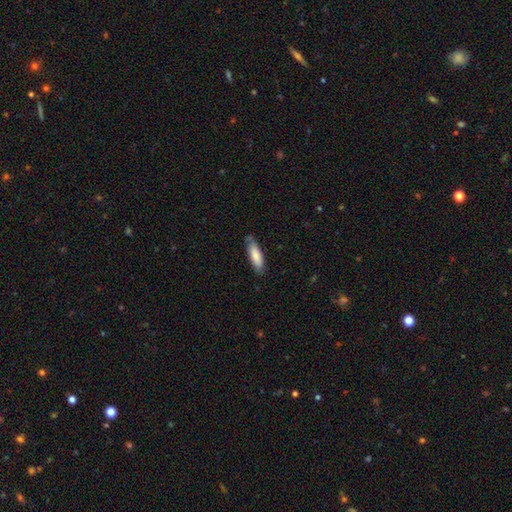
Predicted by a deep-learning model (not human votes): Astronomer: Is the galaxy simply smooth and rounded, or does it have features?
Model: smooth — 81%.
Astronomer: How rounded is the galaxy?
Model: cigar-shaped — 52% (runner-up: in between, 47%).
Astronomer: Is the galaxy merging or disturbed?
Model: none — 75%.